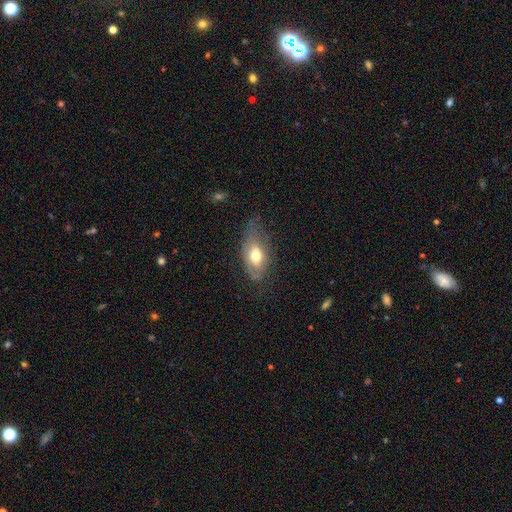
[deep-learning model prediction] This appears to be a smooth galaxy with no disk features (55%) that is in between round and cigar-shaped (88%). Merging: none (44%).